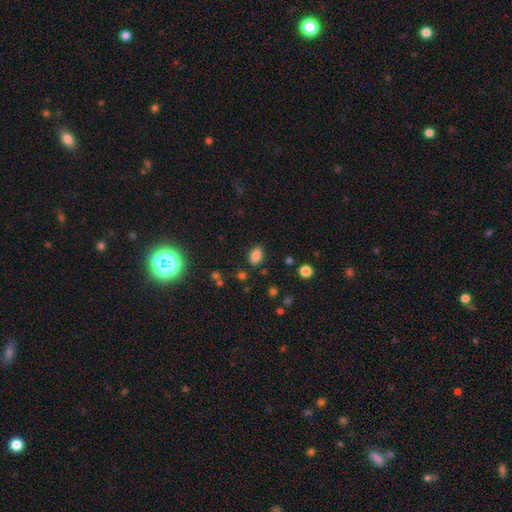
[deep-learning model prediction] Smooth or featured? Predicted: smooth (p=0.83). How rounded? Predicted: in between (p=0.87). Merging? Predicted: none (p=0.82).